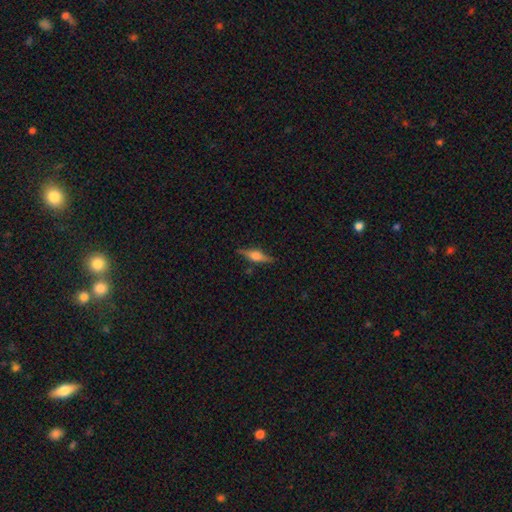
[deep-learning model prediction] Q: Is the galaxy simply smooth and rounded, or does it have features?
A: featured or disk — 67%.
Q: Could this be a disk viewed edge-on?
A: yes — 96%.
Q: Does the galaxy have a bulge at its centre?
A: rounded — 88%.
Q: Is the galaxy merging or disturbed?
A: none — 85%.